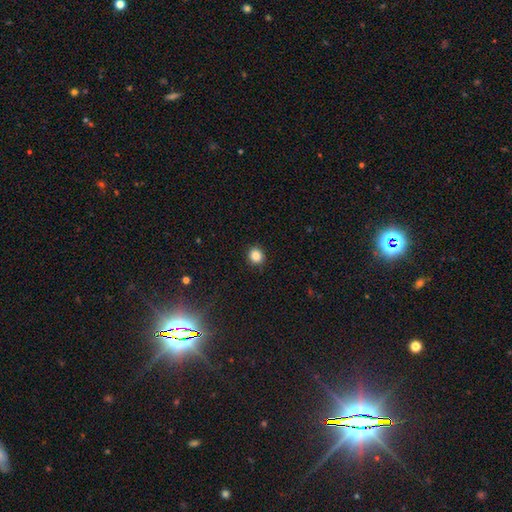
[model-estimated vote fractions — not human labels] A smooth galaxy with no disk features (85%) that is round (86%). Merging: none (91%).